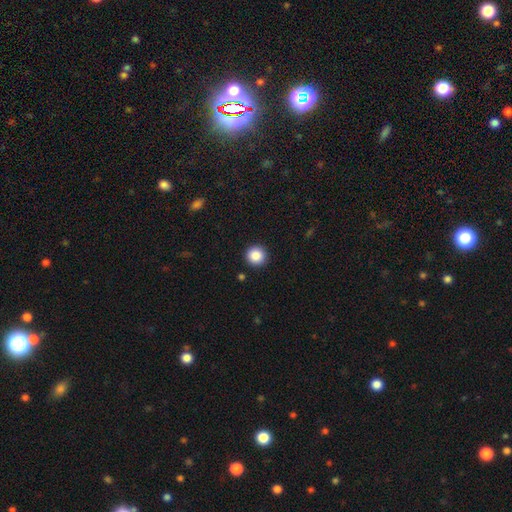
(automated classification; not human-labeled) smooth_or_featured: smooth (p=0.88) [alt: star or artifact p=0.09]
how_rounded: round (p=0.95) [alt: in between p=0.04]
merging: none (p=0.92) [alt: minor disturbance p=0.05]